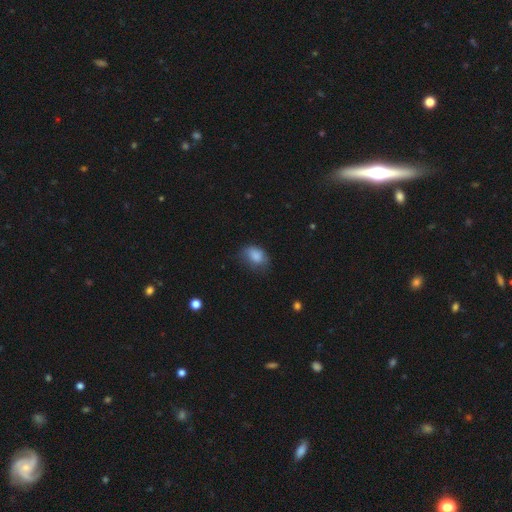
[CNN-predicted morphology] Smooth or featured? Predicted: smooth (p=0.82). How rounded? Predicted: in between (p=0.76). Merging? Predicted: none (p=0.54).